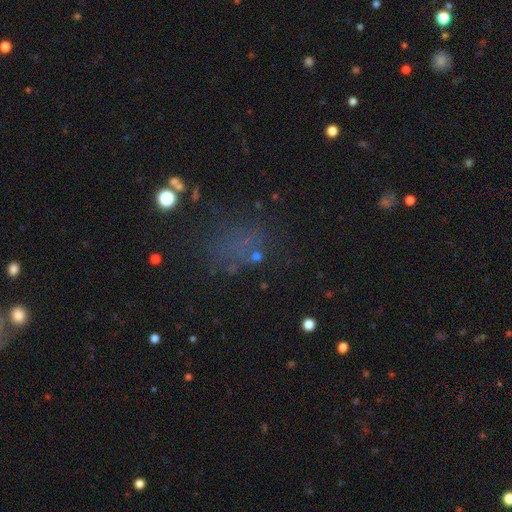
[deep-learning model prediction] Morphology: type=smooth (39%); merging=none (49%).